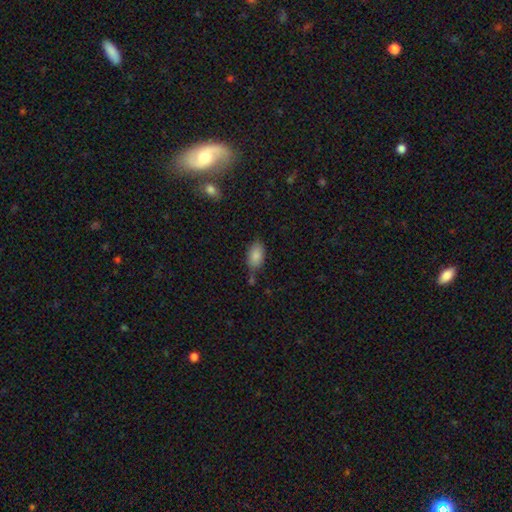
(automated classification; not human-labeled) Q: Smooth or featured?
A: smooth (86%); runner-up: star or artifact (8%)
Q: How rounded?
A: in between (92%); runner-up: round (6%)
Q: Merging?
A: none (66%); runner-up: minor disturbance (20%)